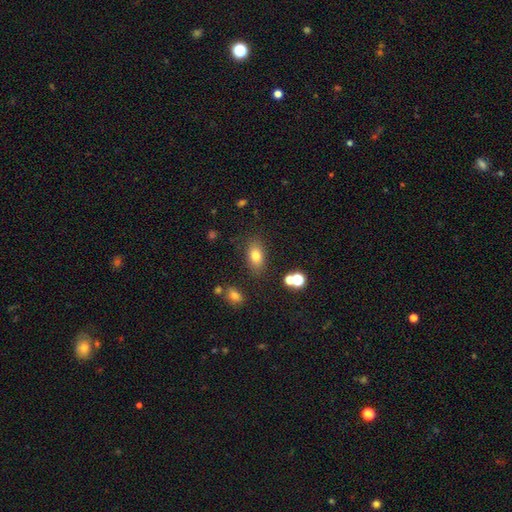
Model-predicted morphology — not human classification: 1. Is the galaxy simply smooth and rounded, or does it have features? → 76% smooth, 12% star or artifact, 11% featured or disk.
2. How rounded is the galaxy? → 82% in between, 15% round, 3% cigar-shaped.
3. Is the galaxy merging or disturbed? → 80% none, 12% minor disturbance, 4% major disturbance, 4% merger.